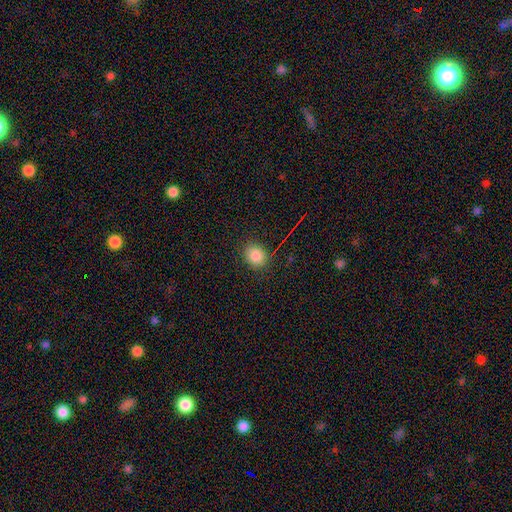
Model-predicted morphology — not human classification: Overall: smooth (83%). How rounded: round (65%; in between 34%). Merging: none (86%).